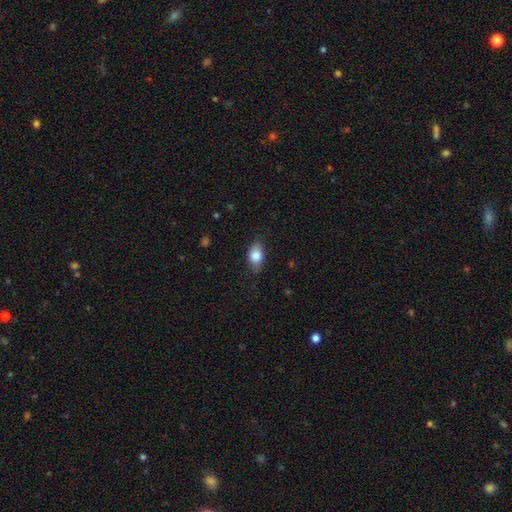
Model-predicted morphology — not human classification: smooth 82%, featured or disk 11%, star or artifact 7%. Down the decision tree: how rounded — in between (83%); merging — none (77%).